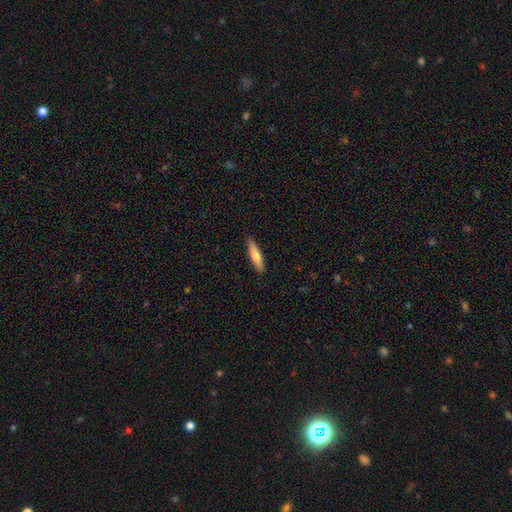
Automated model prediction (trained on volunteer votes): smooth-or-featured: smooth: 71% | featured or disk: 23% | star or artifact: 5%
  how-rounded: cigar-shaped: 77% | in between: 22% | round: 2%
  merging: none: 90% | minor disturbance: 8% | major disturbance: 2% | merger: 1%